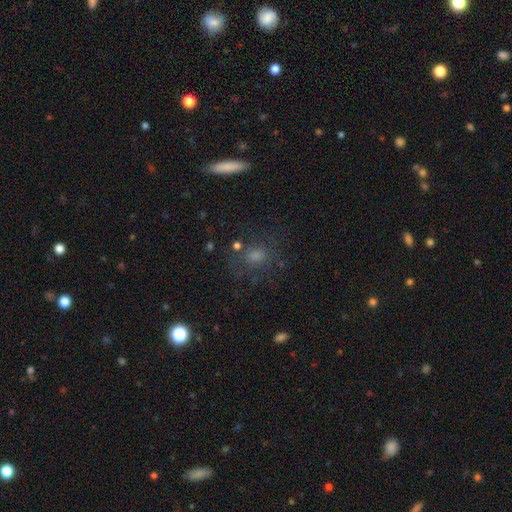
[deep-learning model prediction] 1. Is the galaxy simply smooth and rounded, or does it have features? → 59% smooth, 21% featured or disk, 21% star or artifact.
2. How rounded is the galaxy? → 59% round, 37% in between, 4% cigar-shaped.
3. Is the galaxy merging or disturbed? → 67% none, 16% minor disturbance, 13% major disturbance, 4% merger.